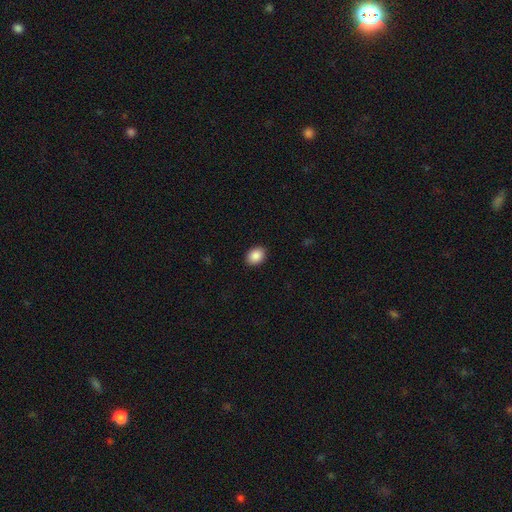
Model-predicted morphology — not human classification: This is clearly a smooth galaxy (89%). How rounded: likely in between (67%). Merging: clearly none (90%).